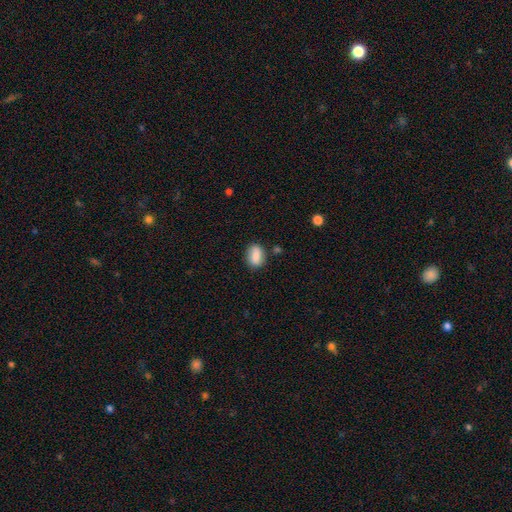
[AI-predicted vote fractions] Smooth or featured? Predicted: smooth (p=0.83). How rounded? Predicted: in between (p=0.76). Merging? Predicted: none (p=0.79).